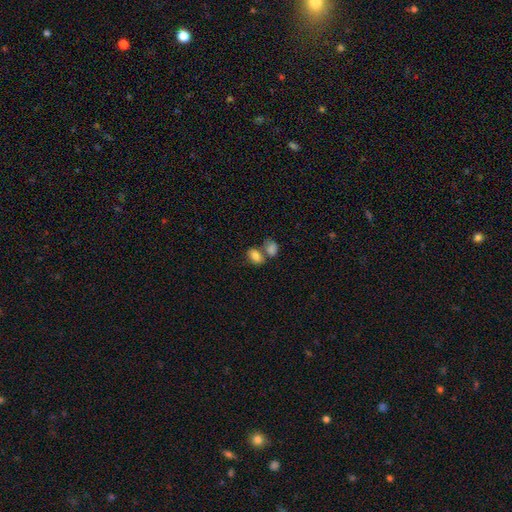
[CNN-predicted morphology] type=smooth (82%); roundness=in between (84%); merging=merger (42%).